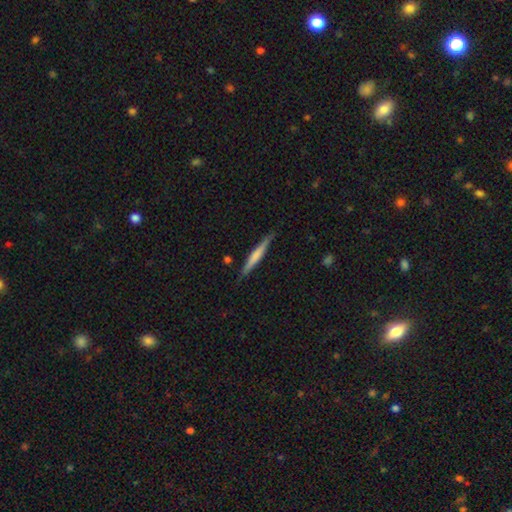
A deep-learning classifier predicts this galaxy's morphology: Q: Smooth or featured?
A: smooth (53%); runner-up: featured or disk (42%)
Q: How rounded?
A: cigar-shaped (95%); runner-up: in between (4%)
Q: Merging?
A: none (84%); runner-up: minor disturbance (12%)